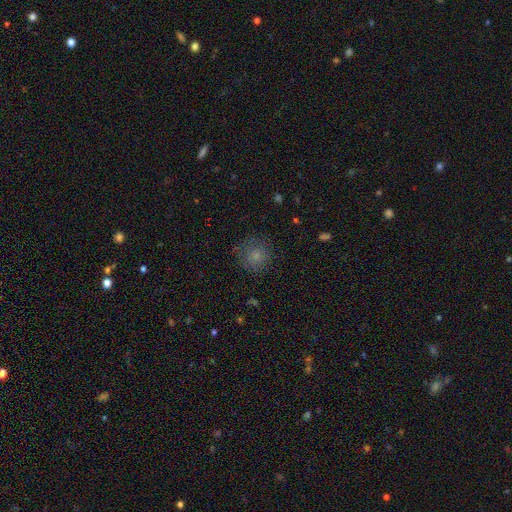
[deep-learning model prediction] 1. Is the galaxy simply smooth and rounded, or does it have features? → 78% smooth, 13% star or artifact, 10% featured or disk.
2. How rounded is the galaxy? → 91% round, 8% in between, 1% cigar-shaped.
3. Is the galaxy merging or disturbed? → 77% none, 15% minor disturbance, 6% major disturbance, 1% merger.